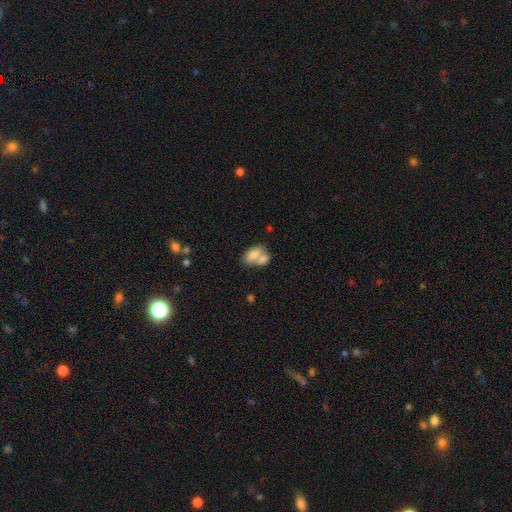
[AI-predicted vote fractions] Smooth or featured?
  - smooth: 73% *
  - featured or disk: 19%
  - star or artifact: 7%
How rounded?
  - in between: 87% *
  - round: 11%
  - cigar-shaped: 2%
Merging?
  - merger: 61% *
  - none: 25%
  - minor disturbance: 10%
  - major disturbance: 5%